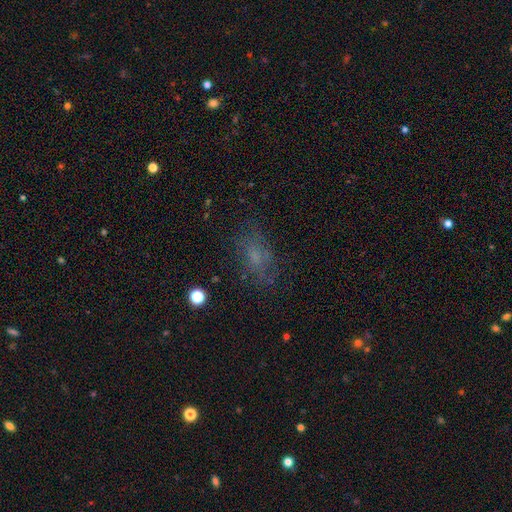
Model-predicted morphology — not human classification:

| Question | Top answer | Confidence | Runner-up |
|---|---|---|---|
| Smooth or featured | smooth | 52% | featured or disk (27%) |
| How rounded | in between | 81% | round (14%) |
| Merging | none | 65% | minor disturbance (19%) |